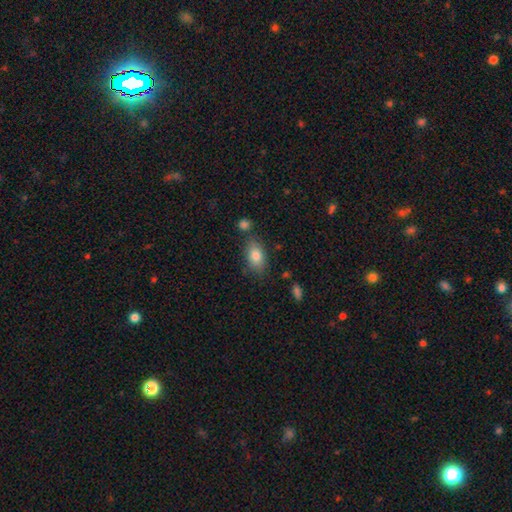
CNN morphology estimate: Q: Smooth or featured?
A: smooth (81%); runner-up: featured or disk (12%)
Q: How rounded?
A: in between (88%); runner-up: round (8%)
Q: Merging?
A: none (72%); runner-up: minor disturbance (16%)